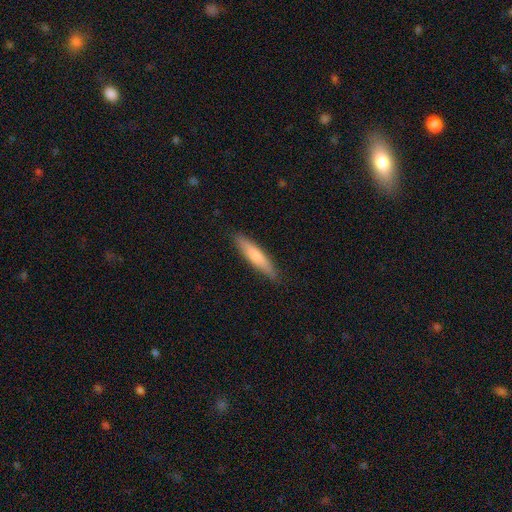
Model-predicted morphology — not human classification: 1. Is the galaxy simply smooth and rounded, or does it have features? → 72% smooth, 23% featured or disk, 5% star or artifact.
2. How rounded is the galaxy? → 86% cigar-shaped, 13% in between, 1% round.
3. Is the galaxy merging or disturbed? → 88% none, 9% minor disturbance, 2% major disturbance, 1% merger.